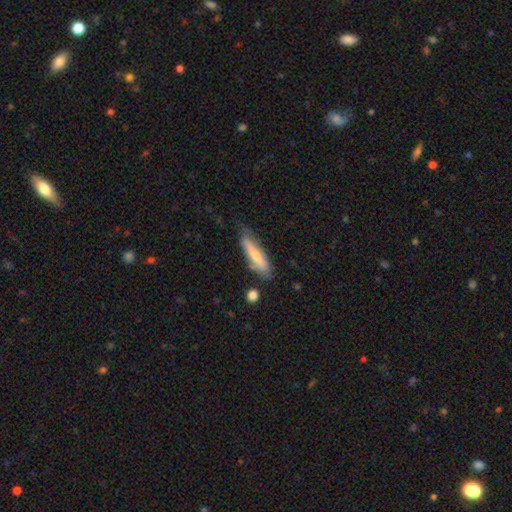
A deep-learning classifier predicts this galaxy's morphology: smooth_or_featured: smooth (p=0.58) [alt: featured or disk p=0.37]
how_rounded: cigar-shaped (p=0.71) [alt: in between p=0.27]
merging: none (p=0.66) [alt: minor disturbance p=0.24]